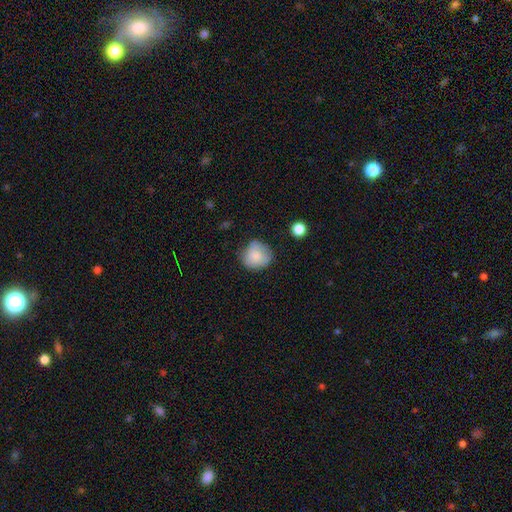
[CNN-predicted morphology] Overall: smooth (79%). How rounded: round (81%). Merging: none (64%; minor disturbance 27%).